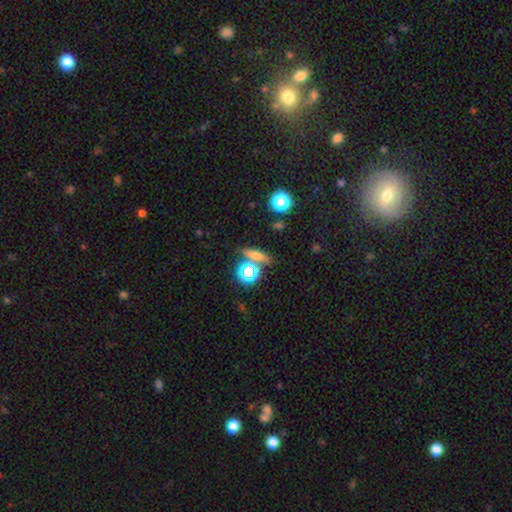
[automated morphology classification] This appears to be a smooth galaxy with no disk features (52%) that is cigar-shaped (52%). Merging: none (74%).